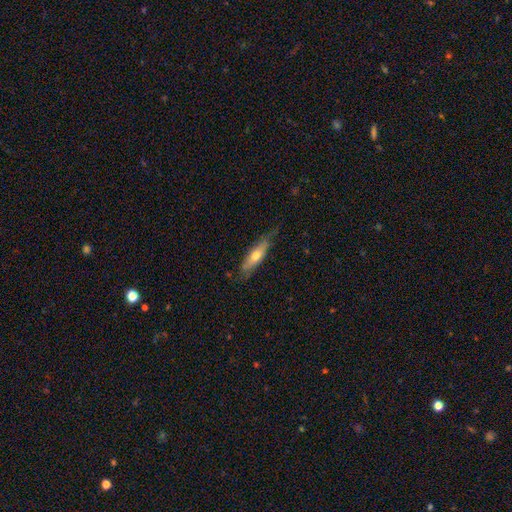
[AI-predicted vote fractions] Morphology: type=smooth (55%); roundness=cigar-shaped (62%); merging=none (65%).